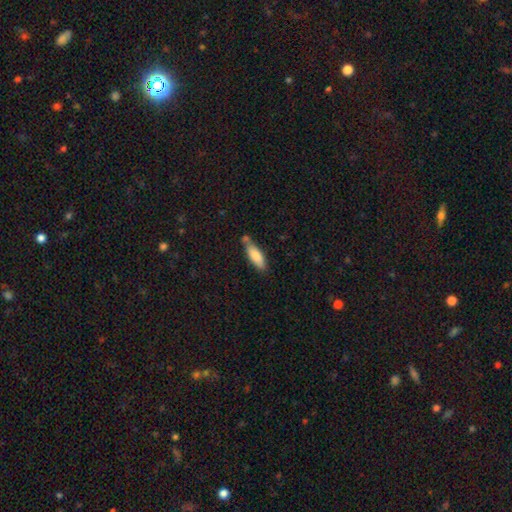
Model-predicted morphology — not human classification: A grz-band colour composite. It shows a smooth galaxy with no disk features (79%) that is in between round and cigar-shaped (54%). Merging: none (60%).